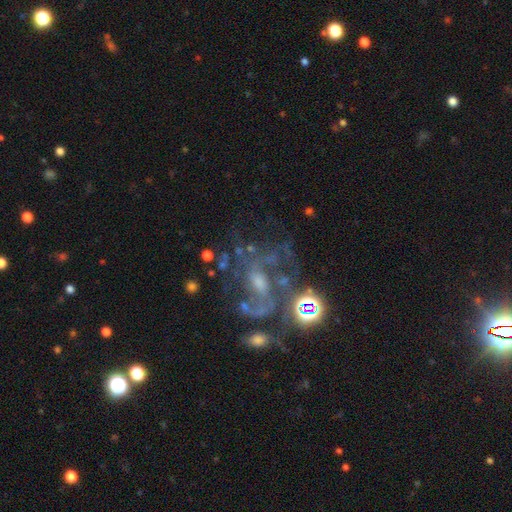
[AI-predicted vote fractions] Smooth or featured? Predicted: featured or disk (p=0.60). Edge-on disk? Predicted: no (p=0.95). Bar? Predicted: no (p=0.55). Spiral arms? Predicted: yes (p=0.70). Bulge size? Predicted: small (p=0.55). Merging? Predicted: none (p=0.51).